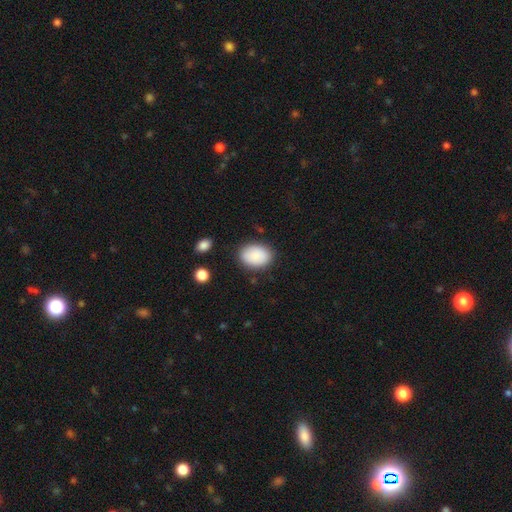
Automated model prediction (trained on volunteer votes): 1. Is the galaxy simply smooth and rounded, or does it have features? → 89% smooth, 7% star or artifact, 4% featured or disk.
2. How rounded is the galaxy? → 79% in between, 20% round, 1% cigar-shaped.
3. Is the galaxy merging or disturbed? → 84% none, 11% minor disturbance, 3% major disturbance, 2% merger.